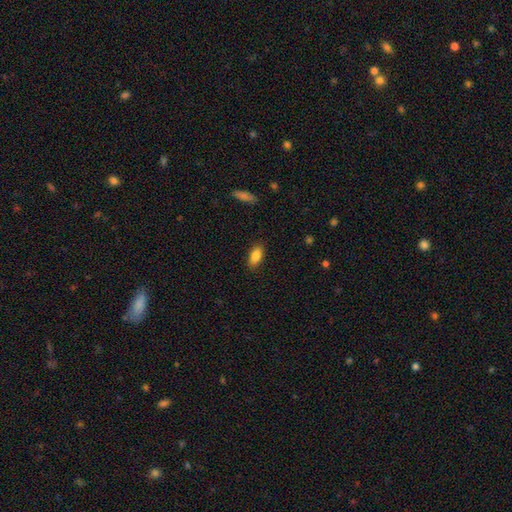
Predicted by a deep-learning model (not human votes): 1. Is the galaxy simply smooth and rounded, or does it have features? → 85% smooth, 8% featured or disk, 8% star or artifact.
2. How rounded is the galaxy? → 88% in between, 8% cigar-shaped, 4% round.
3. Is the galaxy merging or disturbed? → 87% none, 10% minor disturbance, 2% major disturbance, 1% merger.